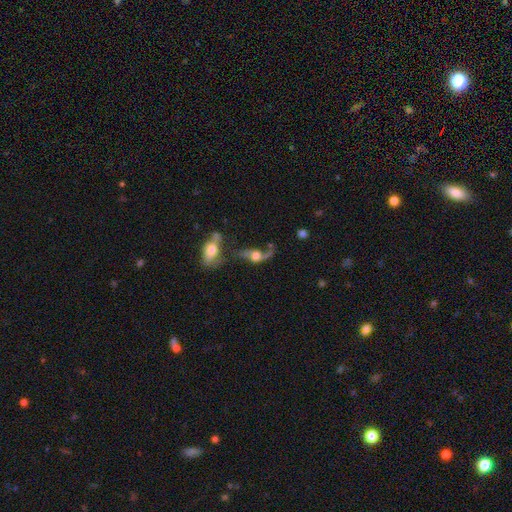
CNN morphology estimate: Smooth or featured? Predicted: featured or disk (p=0.68). Edge-on disk? Predicted: no (p=0.82). Bar? Predicted: no (p=0.70). Spiral arms? Predicted: yes (p=0.81). Bulge size? Predicted: moderate (p=0.42). Merging? Predicted: none (p=0.31).